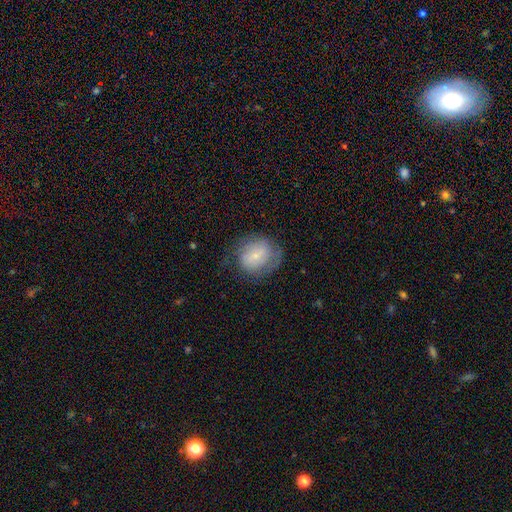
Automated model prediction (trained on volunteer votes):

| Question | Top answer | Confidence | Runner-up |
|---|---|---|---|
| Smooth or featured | smooth | 54% | featured or disk (38%) |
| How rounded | round | 69% | in between (29%) |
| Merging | none | 60% | minor disturbance (23%) |